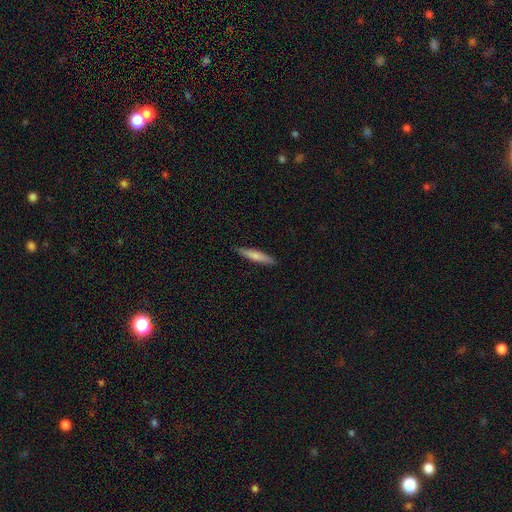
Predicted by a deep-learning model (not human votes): Morphology: type=smooth (72%); roundness=cigar-shaped (89%); merging=none (89%).